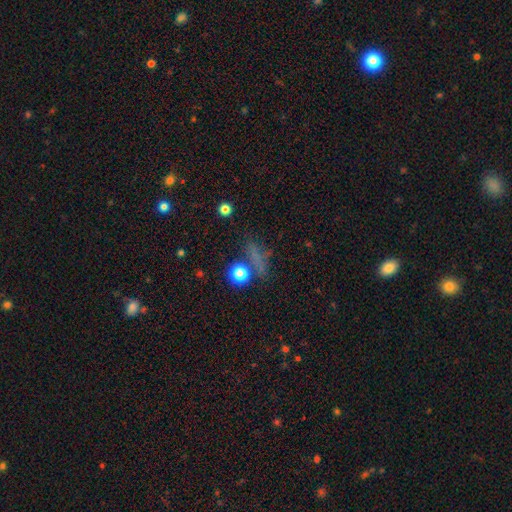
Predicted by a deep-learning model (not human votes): A smooth galaxy with no disk features (42%).

Vote fractions:
- Smooth or featured? smooth: 42% / star or artifact: 41% / featured or disk: 16%
- Merging? none: 65% / minor disturbance: 15% / major disturbance: 11% / merger: 9%